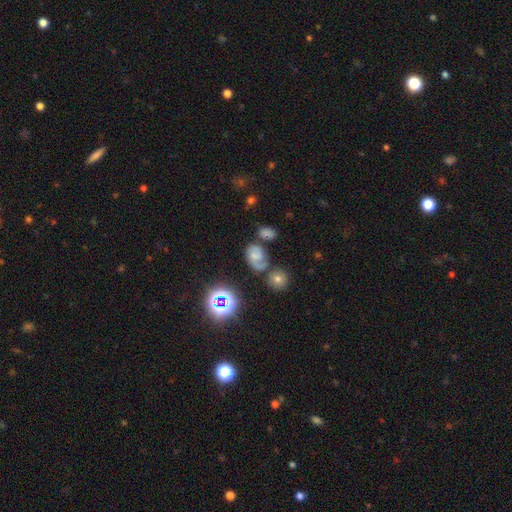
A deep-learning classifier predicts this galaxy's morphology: featured or disk 55%, smooth 28%, star or artifact 17%. Down the decision tree: edge-on disk — no (97%); bar — no (62%); spiral arms — yes (87%); bulge size — small (35%, tied with moderate); merging — none (46%).